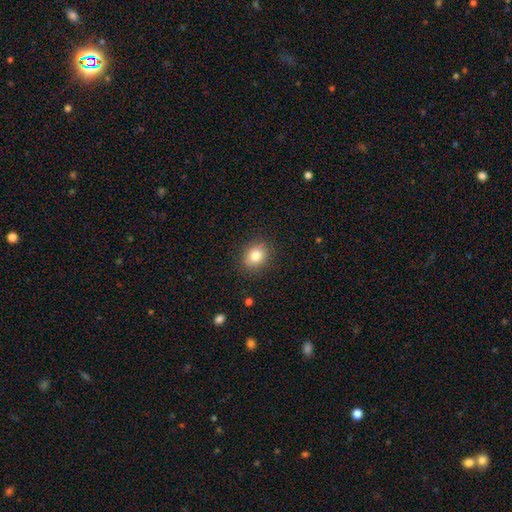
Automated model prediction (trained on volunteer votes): Q: Smooth or featured?
A: smooth (81%); runner-up: star or artifact (11%)
Q: How rounded?
A: round (63%); runner-up: in between (36%)
Q: Merging?
A: none (87%); runner-up: minor disturbance (9%)